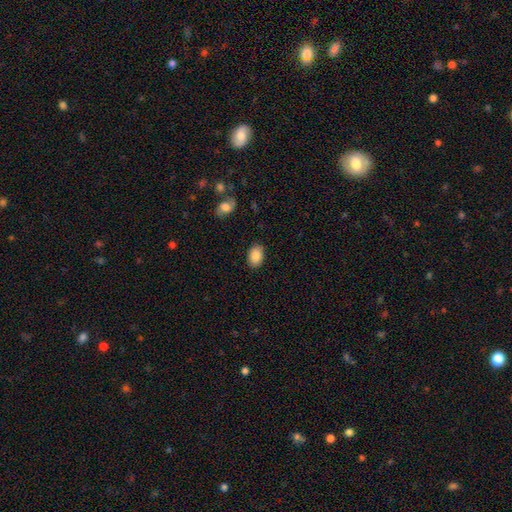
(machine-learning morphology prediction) This is clearly a smooth galaxy (88%). How rounded: clearly in between (85%). Merging: clearly none (87%).